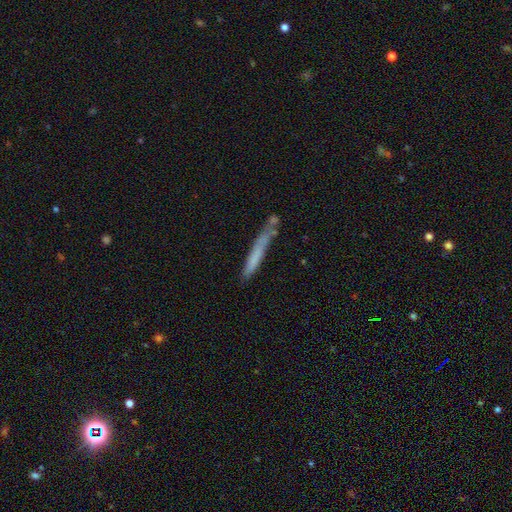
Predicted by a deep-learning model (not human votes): A smooth galaxy with no disk features (63%) that is cigar-shaped (95%). Merging: none (66%).